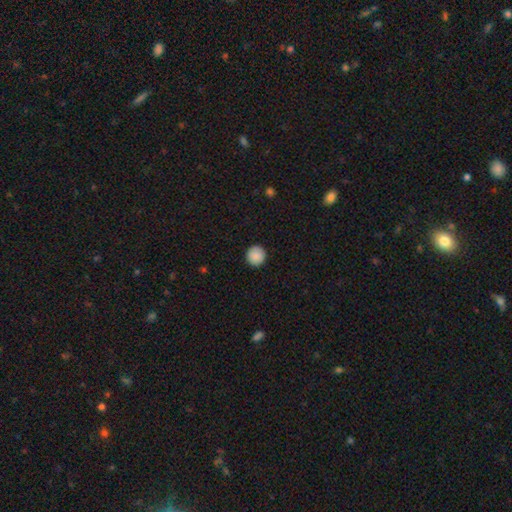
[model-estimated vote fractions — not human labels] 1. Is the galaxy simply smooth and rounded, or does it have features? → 89% smooth, 8% star or artifact, 3% featured or disk.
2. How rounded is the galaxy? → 95% round, 4% in between, 1% cigar-shaped.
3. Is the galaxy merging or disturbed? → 93% none, 5% minor disturbance, 2% major disturbance, 1% merger.